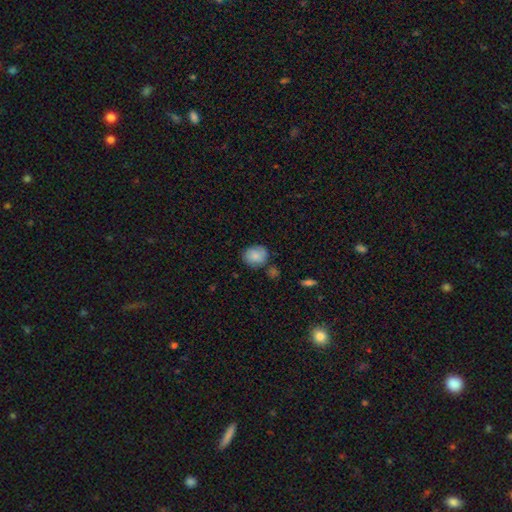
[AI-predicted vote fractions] Q: Smooth or featured?
A: smooth (80%); runner-up: featured or disk (13%)
Q: How rounded?
A: round (65%); runner-up: in between (34%)
Q: Merging?
A: none (70%); runner-up: minor disturbance (20%)